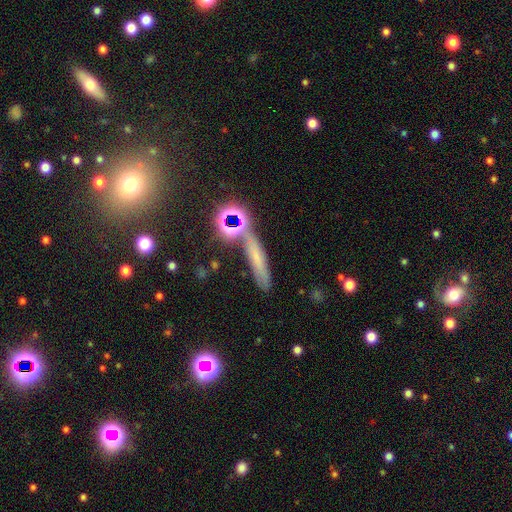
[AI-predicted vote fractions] smooth-or-featured: smooth: 50% | featured or disk: 25% | star or artifact: 25%
  merging: none: 71% | minor disturbance: 13% | merger: 10% | major disturbance: 5%